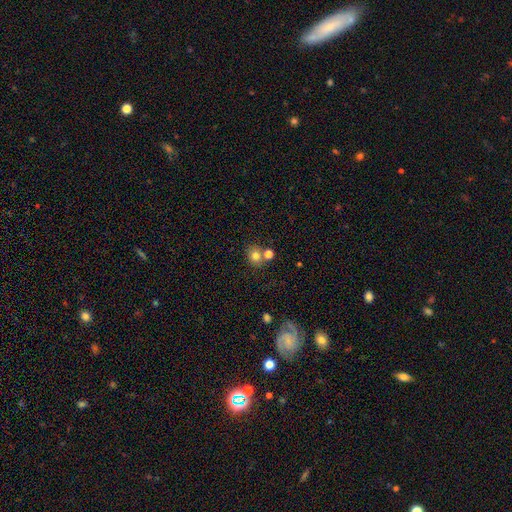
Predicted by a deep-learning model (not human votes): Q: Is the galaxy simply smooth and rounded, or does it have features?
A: smooth — 78%.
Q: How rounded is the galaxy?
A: round — 74%.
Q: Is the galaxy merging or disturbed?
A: none — 61%.